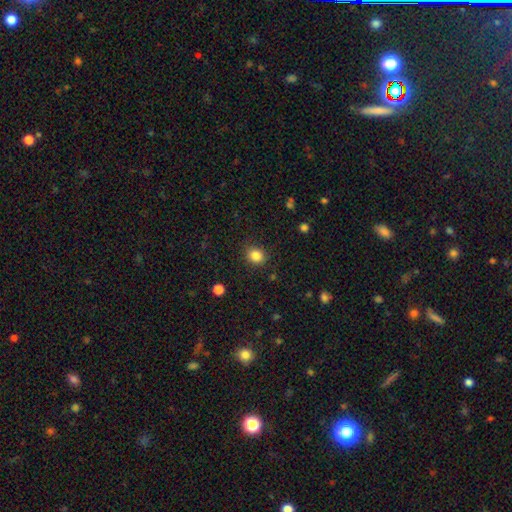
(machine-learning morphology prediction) This is clearly a smooth galaxy (85%). How rounded: likely round (66%). Merging: clearly none (86%).